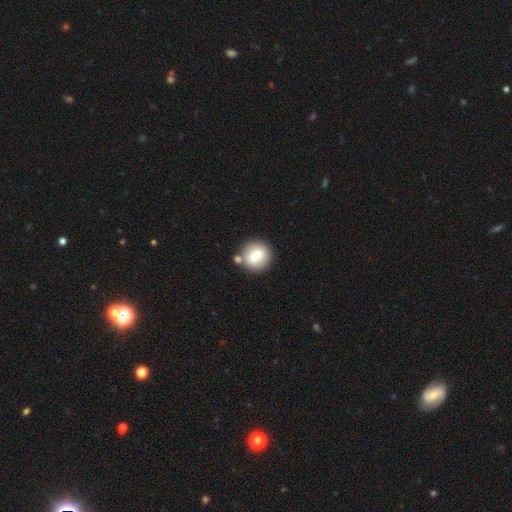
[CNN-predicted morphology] This is likely a smooth galaxy (69%). How rounded: clearly round (82%). Merging: likely none (72%).